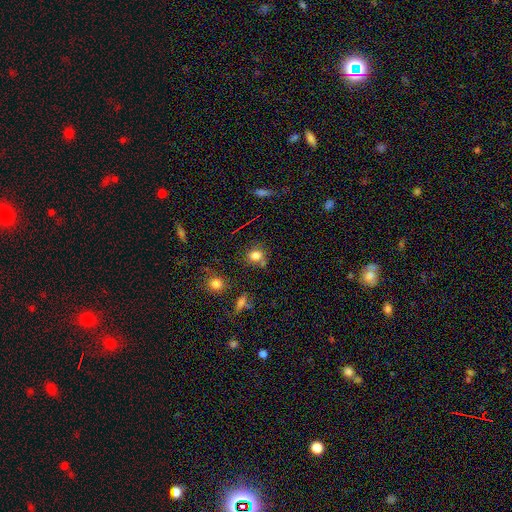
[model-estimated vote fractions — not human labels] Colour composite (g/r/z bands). It shows a smooth galaxy with no disk features (78%) that is round (63%). Merging: none (63%).